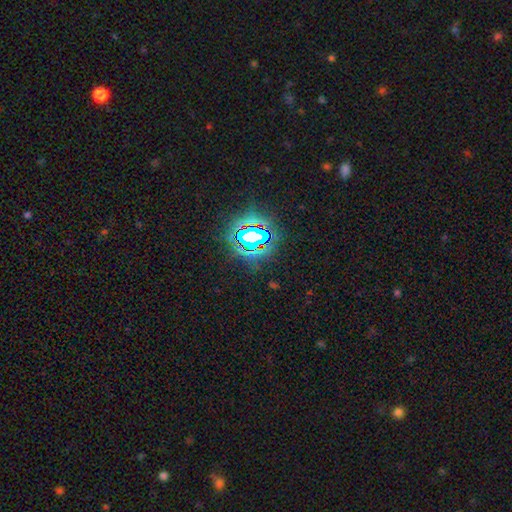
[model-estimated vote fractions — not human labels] smooth-or-featured: star or artifact: 83% | smooth: 11% | featured or disk: 6%